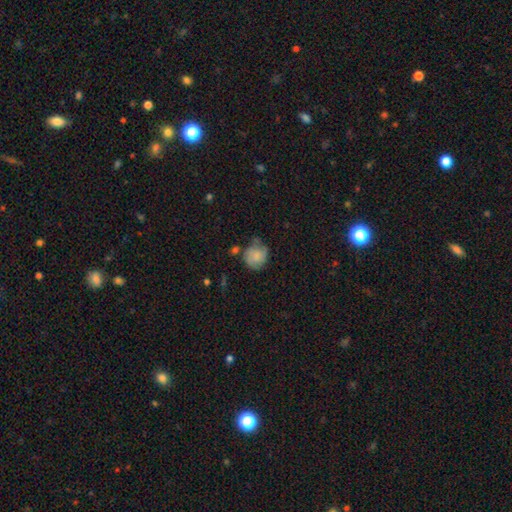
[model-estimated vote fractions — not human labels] Q: Smooth or featured?
A: smooth (65%); runner-up: featured or disk (26%)
Q: How rounded?
A: round (76%); runner-up: in between (23%)
Q: Merging?
A: none (51%); runner-up: minor disturbance (31%)